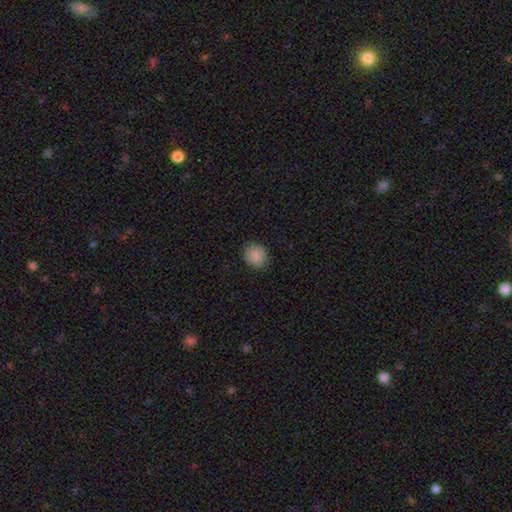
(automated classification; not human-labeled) This is clearly a smooth galaxy (88%). How rounded: likely round (72%). Merging: clearly none (88%).